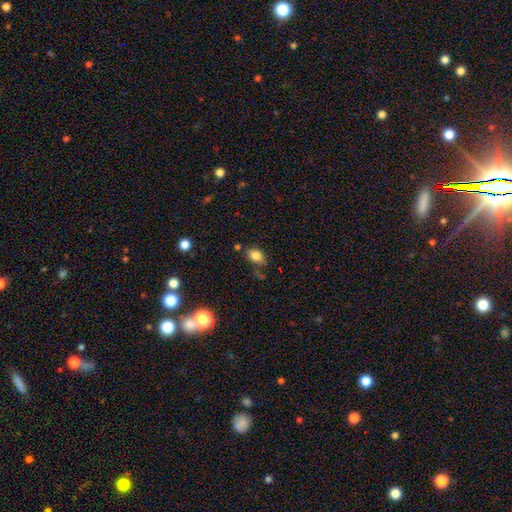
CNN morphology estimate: This appears to be a smooth galaxy with no disk features (82%) that is in between round and cigar-shaped (63%). Merging: none (65%).